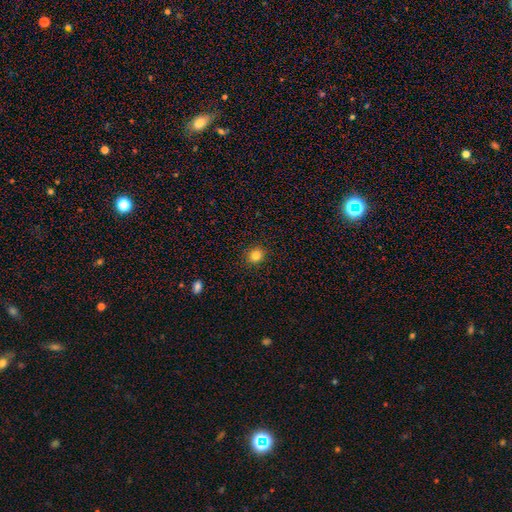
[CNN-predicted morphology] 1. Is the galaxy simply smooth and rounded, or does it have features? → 82% smooth, 12% star or artifact, 6% featured or disk.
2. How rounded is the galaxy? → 78% round, 21% in between, 1% cigar-shaped.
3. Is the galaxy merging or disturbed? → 91% none, 6% minor disturbance, 2% major disturbance, 1% merger.